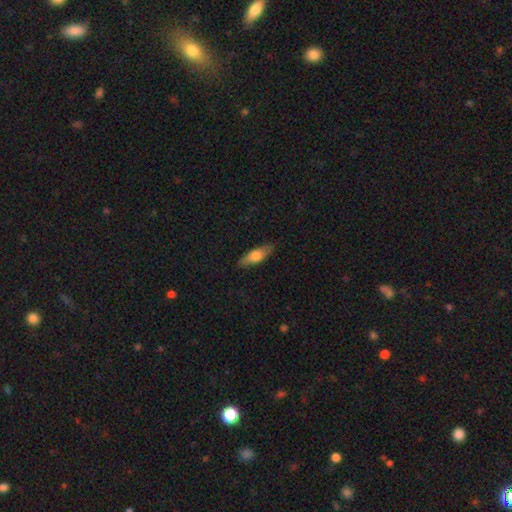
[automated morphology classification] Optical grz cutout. It shows a smooth galaxy with no disk features (63%) that is in between round and cigar-shaped (56%). Merging: none (85%).